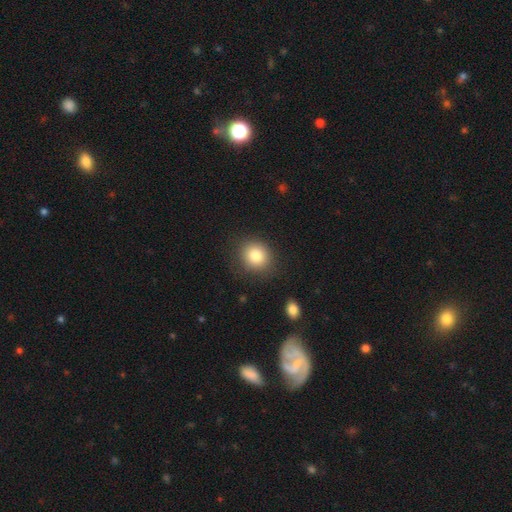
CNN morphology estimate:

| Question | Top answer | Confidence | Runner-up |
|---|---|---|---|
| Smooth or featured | smooth | 82% | star or artifact (10%) |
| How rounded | round | 81% | in between (18%) |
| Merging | none | 86% | minor disturbance (9%) |